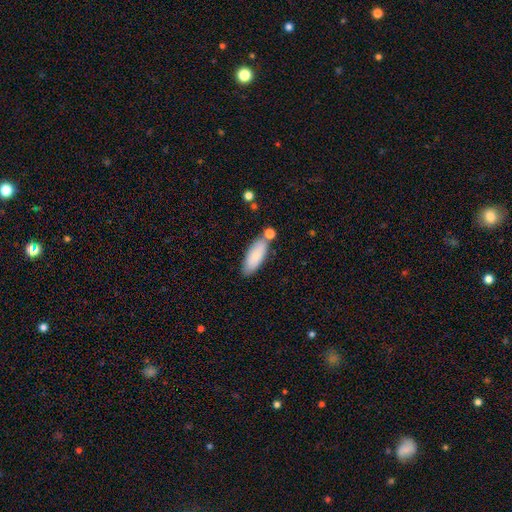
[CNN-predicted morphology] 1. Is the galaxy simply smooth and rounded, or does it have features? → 83% smooth, 11% featured or disk, 6% star or artifact.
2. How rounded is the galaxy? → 70% in between, 29% cigar-shaped, 2% round.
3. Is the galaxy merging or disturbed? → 72% none, 15% minor disturbance, 10% merger, 3% major disturbance.